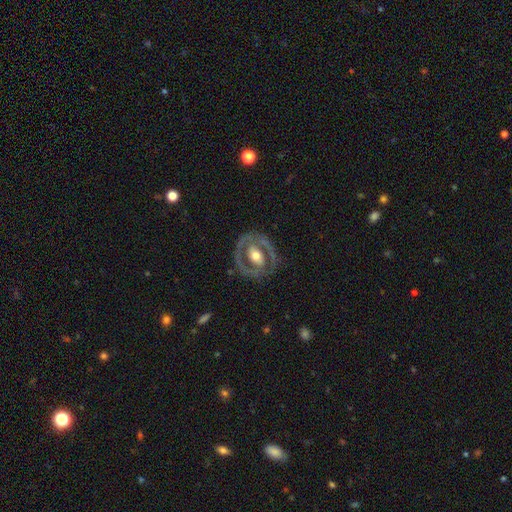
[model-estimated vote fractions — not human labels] smooth-or-featured: featured or disk: 73% | smooth: 22% | star or artifact: 5%
  disk-edge-on: no: 95% | yes: 5%
    bar: no: 46% | weak: 29% | strong: 25%
    has-spiral-arms: no: 60% | yes: 40%
    bulge-size: moderate: 66% | large: 21% | small: 10% | dominant: 2% | none: 1%
  merging: none: 73% | minor disturbance: 16% | major disturbance: 9% | merger: 1%